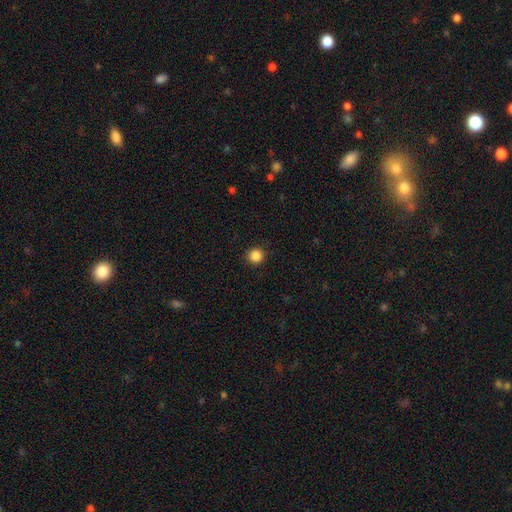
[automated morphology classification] type=smooth (86%); roundness=round (95%); merging=none (92%).